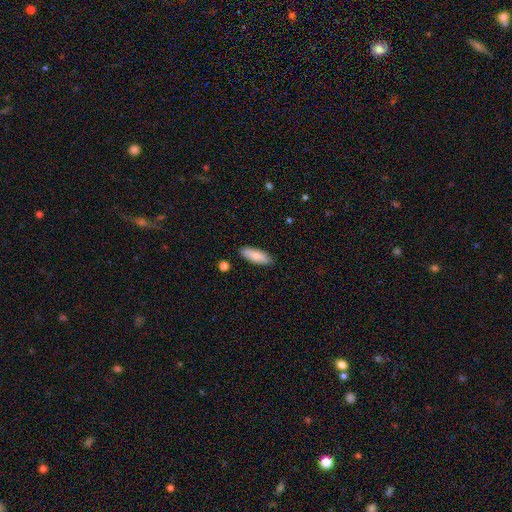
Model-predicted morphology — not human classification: Smooth or featured? Predicted: smooth (p=0.84). How rounded? Predicted: in between (p=0.65). Merging? Predicted: none (p=0.87).